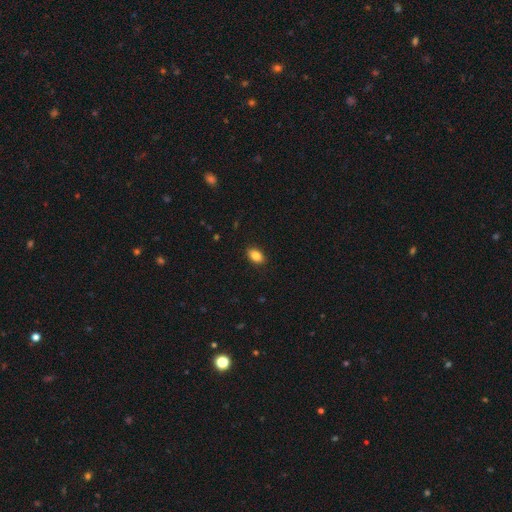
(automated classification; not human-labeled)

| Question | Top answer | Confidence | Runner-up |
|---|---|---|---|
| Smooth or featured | smooth | 87% | star or artifact (8%) |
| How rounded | in between | 90% | round (8%) |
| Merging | none | 89% | minor disturbance (8%) |